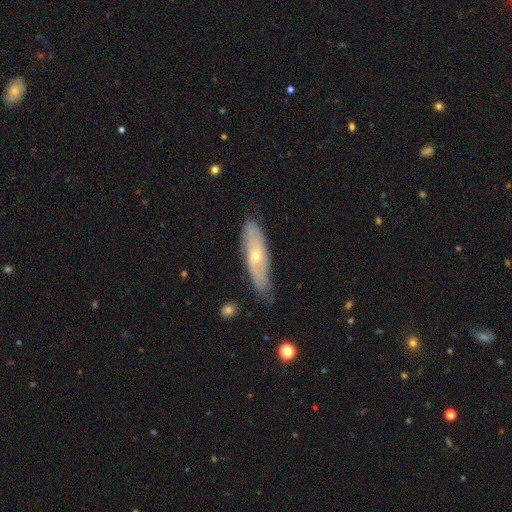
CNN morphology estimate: A featured or disk galaxy (55%).

Vote fractions:
- Smooth or featured? featured or disk: 55% / smooth: 38% / star or artifact: 7%
- Edge-on disk? no: 62% / yes: 38%
- Merging? none: 69% / minor disturbance: 25% / major disturbance: 5% / merger: 2%